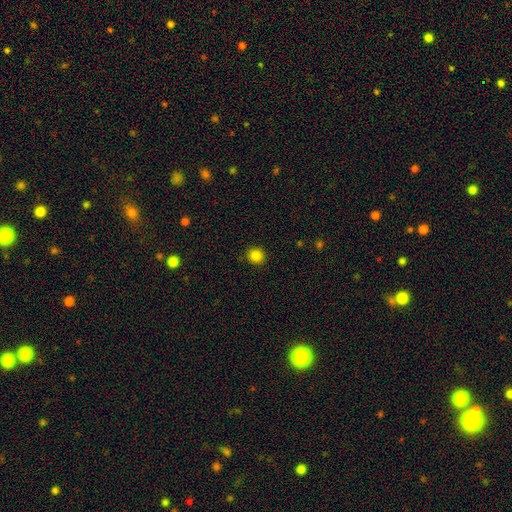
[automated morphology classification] A smooth galaxy with no disk features (85%) that is round (91%). Merging: none (90%).